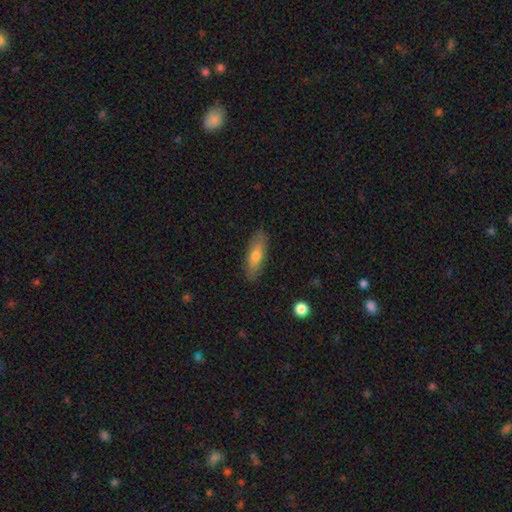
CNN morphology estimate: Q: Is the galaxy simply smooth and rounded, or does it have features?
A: smooth — 69%.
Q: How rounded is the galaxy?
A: in between — 52%.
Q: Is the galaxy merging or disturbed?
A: none — 87%.